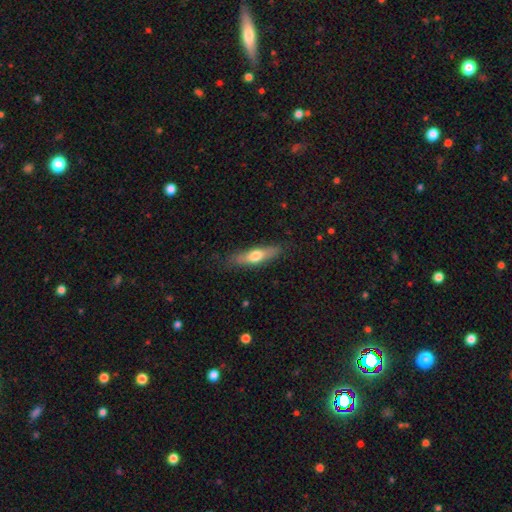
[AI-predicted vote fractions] smooth 57%, featured or disk 37%, star or artifact 6%. Down the decision tree: how rounded — cigar-shaped (66%); merging — none (81%).